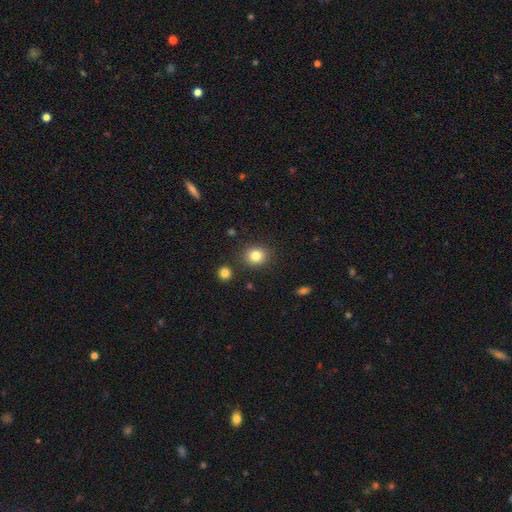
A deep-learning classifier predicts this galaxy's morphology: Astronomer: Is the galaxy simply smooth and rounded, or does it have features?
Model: smooth — 83%.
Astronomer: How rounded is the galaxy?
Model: round — 76%.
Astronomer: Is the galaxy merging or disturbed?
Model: none — 87%.